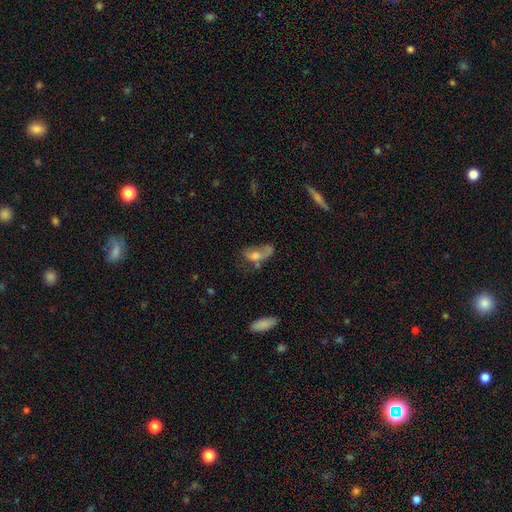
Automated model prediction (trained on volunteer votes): A smooth galaxy with no disk features (53%) that is in between round and cigar-shaped (80%). Merging: major disturbance (34%).